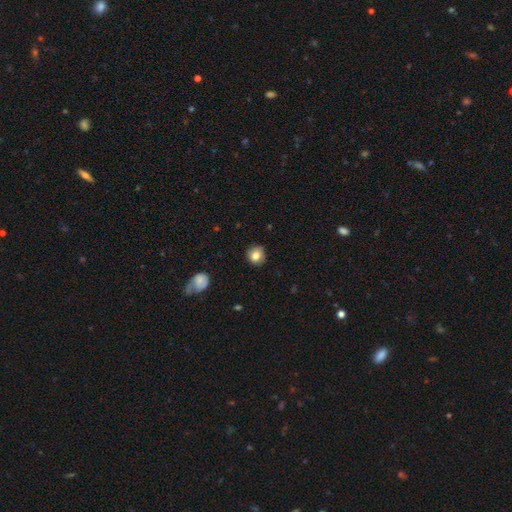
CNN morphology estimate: The model was most divided on "how rounded": round: 85%, in between: 14%, cigar-shaped: 1%. More confident: merging — none (85%); smooth or featured — smooth (82%).